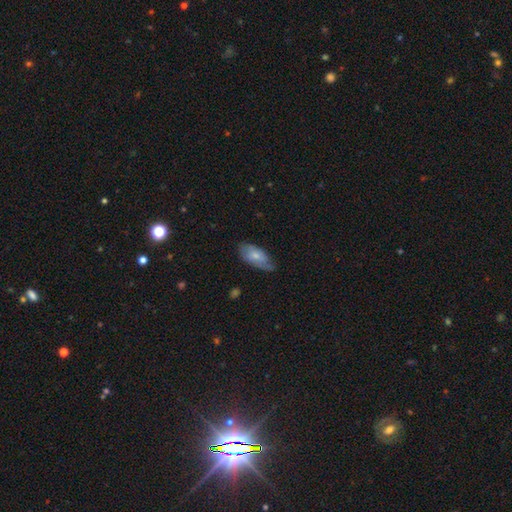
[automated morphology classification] This appears to be a smooth galaxy with no disk features (64%) that is in between round and cigar-shaped (90%). Merging: none (59%).